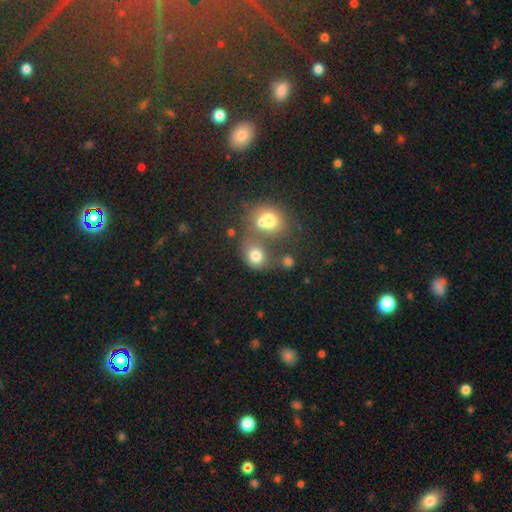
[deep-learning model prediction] Smooth or featured? smooth (74%)
How rounded? round (67%)
Merging? merger (44%)